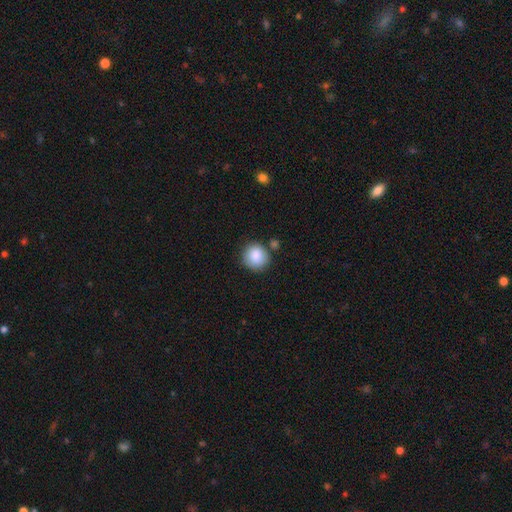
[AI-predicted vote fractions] smooth_or_featured: smooth (p=0.88) [alt: star or artifact p=0.07]
how_rounded: round (p=0.89) [alt: in between p=0.10]
merging: none (p=0.75) [alt: minor disturbance p=0.14]